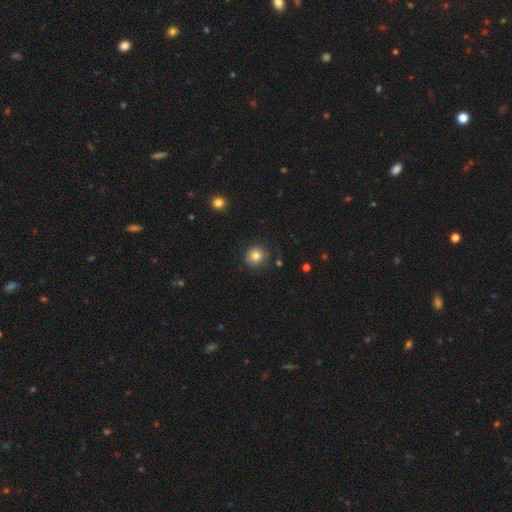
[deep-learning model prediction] smooth_or_featured: smooth (p=0.79) [alt: star or artifact p=0.12]
how_rounded: round (p=0.92) [alt: in between p=0.07]
merging: none (p=0.85) [alt: minor disturbance p=0.10]